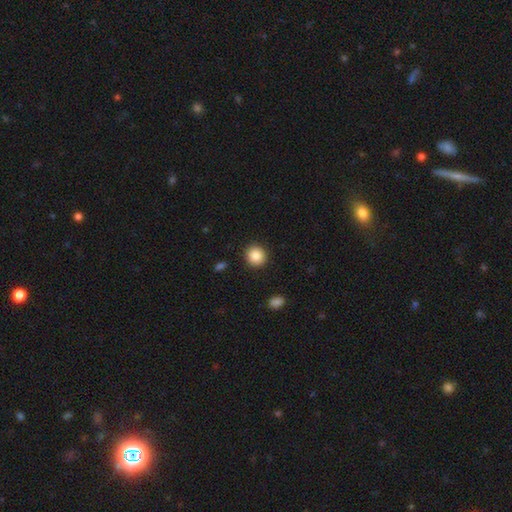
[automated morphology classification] Q: Smooth or featured?
A: smooth (88%); runner-up: star or artifact (8%)
Q: How rounded?
A: round (91%); runner-up: in between (8%)
Q: Merging?
A: none (91%); runner-up: minor disturbance (5%)